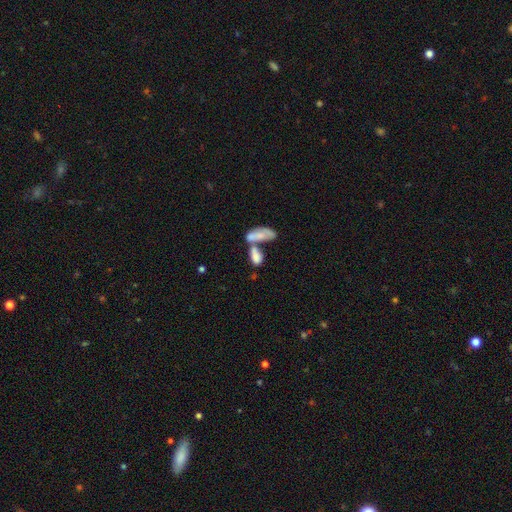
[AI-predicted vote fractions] A smooth galaxy with no disk features (73%) that is in between round and cigar-shaped (86%).

Vote fractions:
- Smooth or featured? smooth: 73% / featured or disk: 19% / star or artifact: 8%
- How rounded? in between: 86% / cigar-shaped: 10% / round: 4%
- Merging? merger: 65% / none: 19% / minor disturbance: 9% / major disturbance: 7%